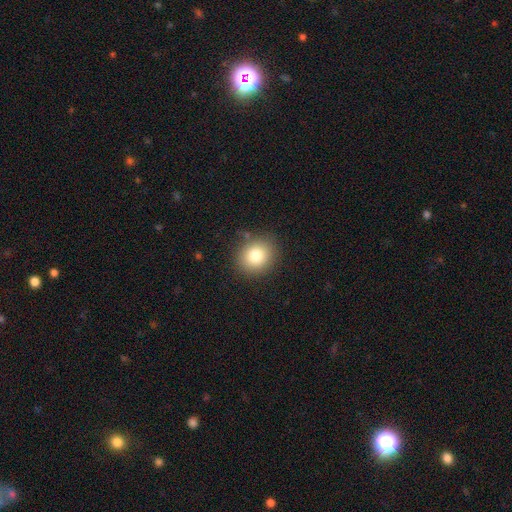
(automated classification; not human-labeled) Smooth or featured? Predicted: smooth (p=0.80). How rounded? Predicted: round (p=0.74). Merging? Predicted: none (p=0.85).